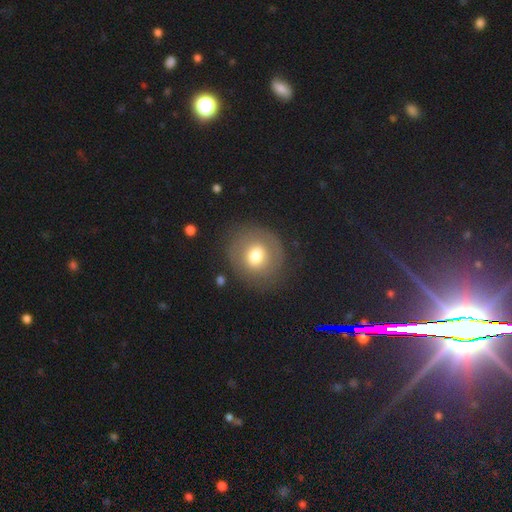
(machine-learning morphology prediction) The model was most divided on "smooth or featured": smooth: 62%, featured or disk: 29%, star or artifact: 9%. More confident: how rounded — round (82%); merging — none (79%).